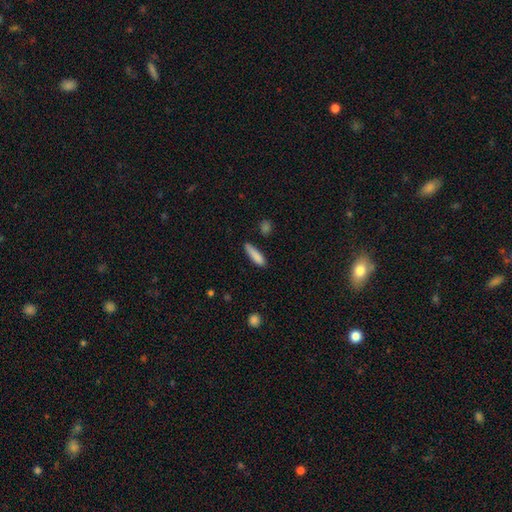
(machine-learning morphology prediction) Smooth or featured: smooth — 85% (featured or disk — 8%)
How rounded: cigar-shaped — 73% (in between — 25%)
Merging: none — 76% (minor disturbance — 17%)